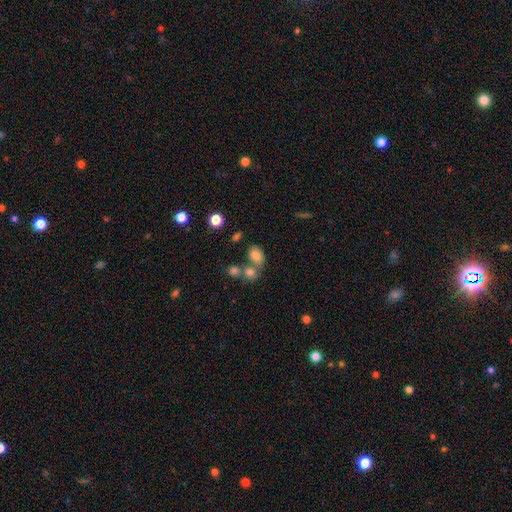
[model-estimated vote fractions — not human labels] smooth 79%, star or artifact 12%, featured or disk 9%. Down the decision tree: how rounded — in between (71%); merging — none (47%).